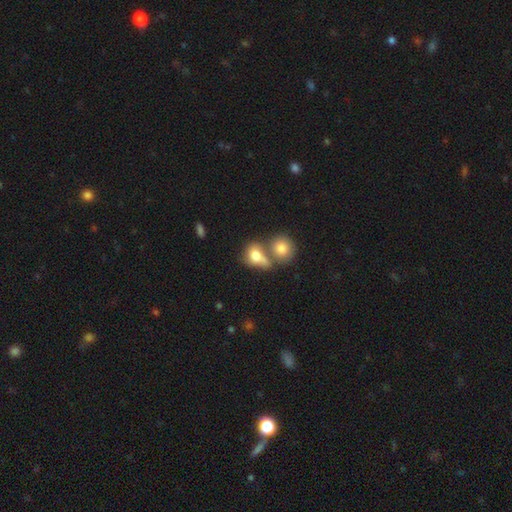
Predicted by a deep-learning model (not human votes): Q: Smooth or featured?
A: smooth (75%); runner-up: featured or disk (15%)
Q: How rounded?
A: in between (50%); runner-up: round (47%)
Q: Merging?
A: merger (57%); runner-up: none (26%)